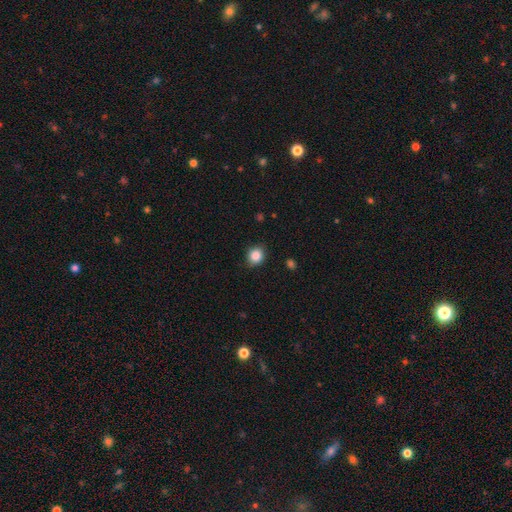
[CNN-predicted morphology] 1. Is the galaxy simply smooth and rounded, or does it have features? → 86% smooth, 10% star or artifact, 4% featured or disk.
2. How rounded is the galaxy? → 76% round, 23% in between, 1% cigar-shaped.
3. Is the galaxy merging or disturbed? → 86% none, 11% minor disturbance, 2% major disturbance, 1% merger.